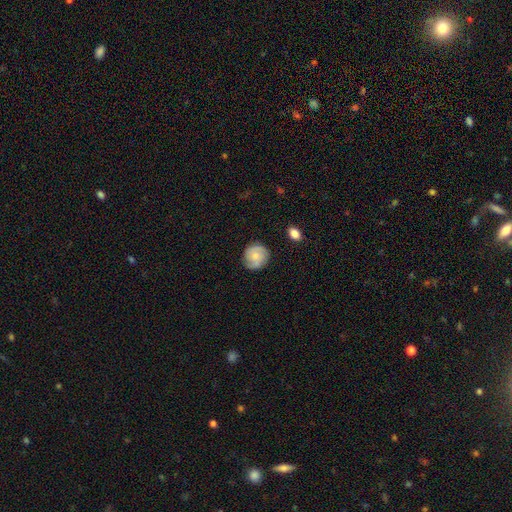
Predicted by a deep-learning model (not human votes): A featured or disk galaxy (54%) with no bar (71%), spiral arms (91%) and a small central bulge (52%).

Vote fractions:
- Smooth or featured? featured or disk: 54% / smooth: 39% / star or artifact: 8%
- Edge-on disk? no: 98% / yes: 2%
- Bar? no: 71% / weak: 25% / strong: 4%
- Spiral arms? yes: 91% / no: 9%
- Bulge size? small: 52% / moderate: 36% / none: 8% / large: 3% / dominant: 1%
- Merging? none: 81% / minor disturbance: 14% / major disturbance: 4% / merger: 1%